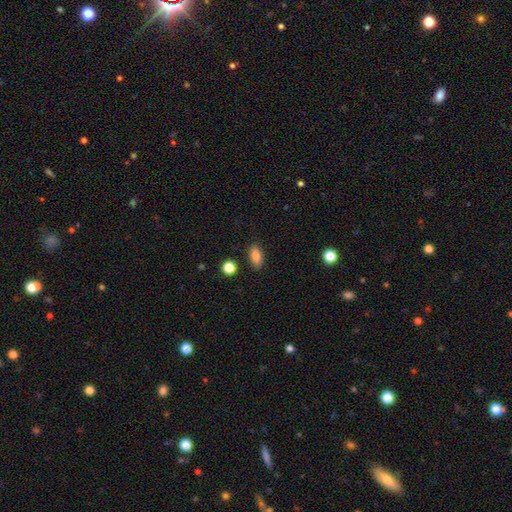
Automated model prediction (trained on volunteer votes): Overall: smooth (85%). How rounded: in between (87%). Merging: none (87%).